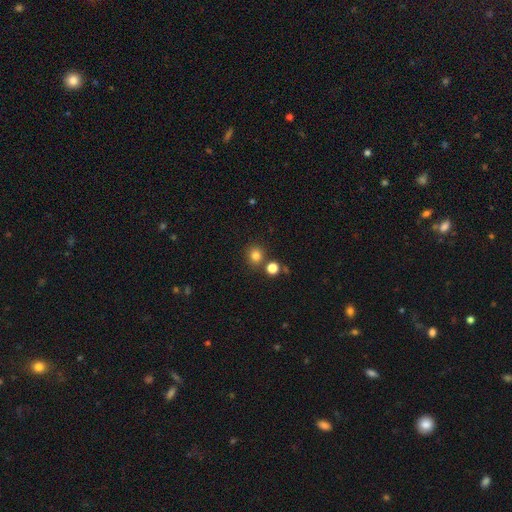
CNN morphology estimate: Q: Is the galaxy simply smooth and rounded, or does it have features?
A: smooth — 80%.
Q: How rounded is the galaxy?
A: round — 87%.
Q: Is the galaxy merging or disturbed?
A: none — 77%.